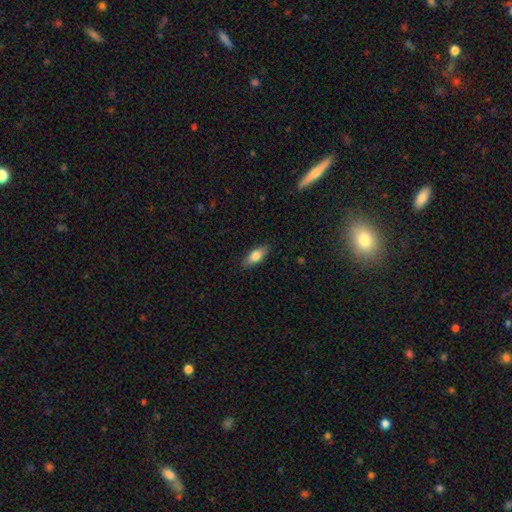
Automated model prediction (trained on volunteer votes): A smooth galaxy with no disk features (75%) that is in between round and cigar-shaped (76%). Merging: none (87%).